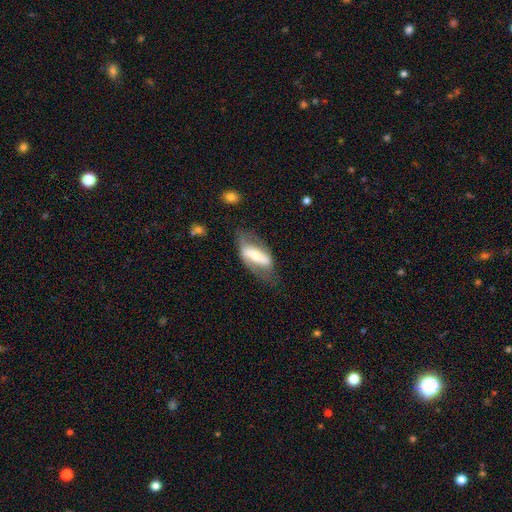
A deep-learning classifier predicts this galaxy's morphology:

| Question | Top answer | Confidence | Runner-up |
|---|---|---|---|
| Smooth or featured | featured or disk | 64% | smooth (30%) |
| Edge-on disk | no | 80% | yes (20%) |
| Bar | strong | 70% | weak (17%) |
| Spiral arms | yes | 53% | no (47%) |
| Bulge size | moderate | 45% | small (42%) |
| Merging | none | 55% | minor disturbance (25%) |